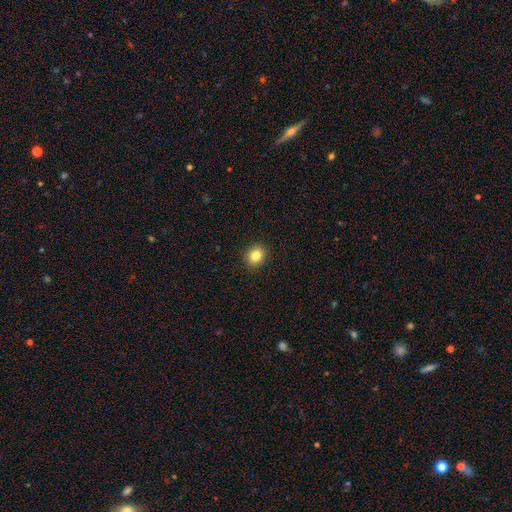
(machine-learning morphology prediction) Q: Smooth or featured?
A: smooth (83%); runner-up: star or artifact (11%)
Q: How rounded?
A: round (70%); runner-up: in between (29%)
Q: Merging?
A: none (92%); runner-up: minor disturbance (6%)